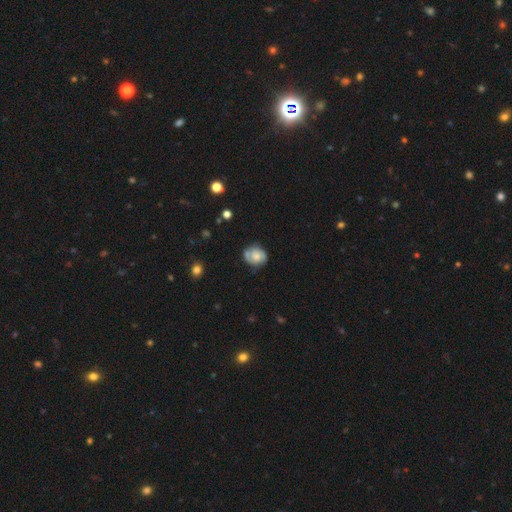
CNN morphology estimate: smooth-or-featured: featured or disk: 54% | smooth: 39% | star or artifact: 8%
  disk-edge-on: no: 97% | yes: 3%
    bar: no: 72% | weak: 24% | strong: 4%
    has-spiral-arms: yes: 81% | no: 19%
    bulge-size: moderate: 44% | small: 34% | none: 11% | large: 10% | dominant: 2%
  merging: none: 65% | minor disturbance: 23% | major disturbance: 7% | merger: 4%